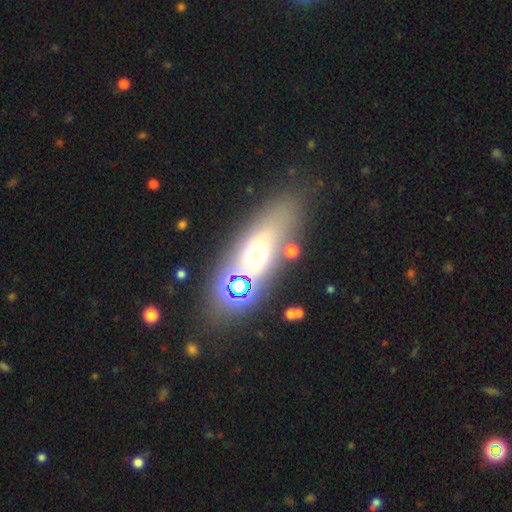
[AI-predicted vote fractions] Morphology: type=smooth (48%); merging=none (76%).